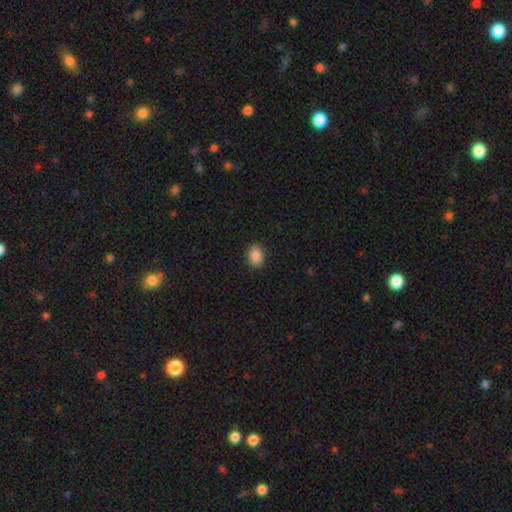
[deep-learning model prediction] Smooth or featured: smooth — 87% (star or artifact — 8%)
How rounded: in between — 73% (round — 26%)
Merging: none — 89% (minor disturbance — 8%)